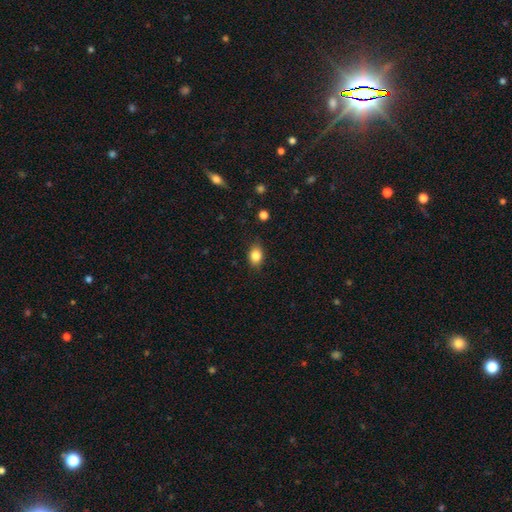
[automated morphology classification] type=smooth (84%); roundness=in between (70%); merging=none (82%).